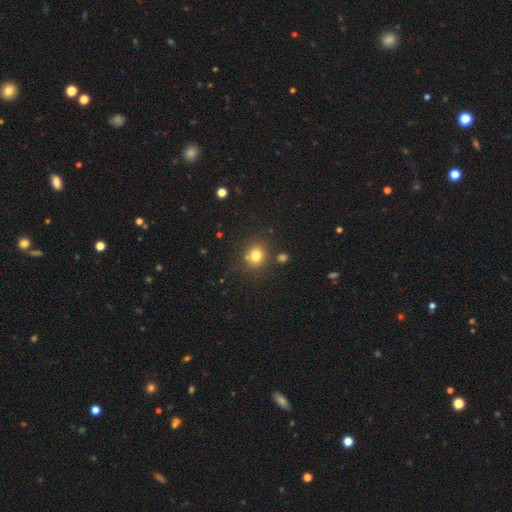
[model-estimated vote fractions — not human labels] smooth-or-featured: smooth: 78% | star or artifact: 14% | featured or disk: 8%
  how-rounded: round: 77% | in between: 22% | cigar-shaped: 1%
  merging: none: 77% | minor disturbance: 10% | merger: 9% | major disturbance: 3%